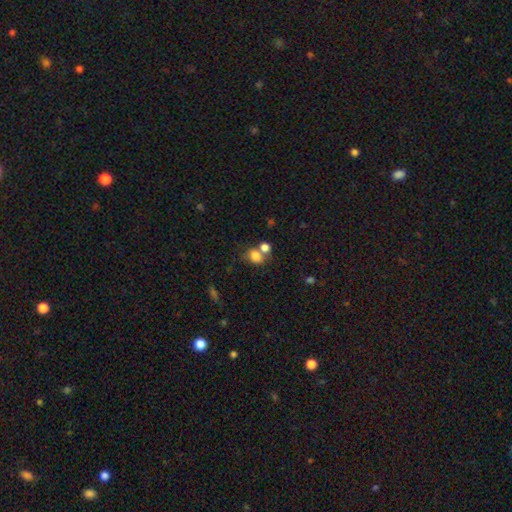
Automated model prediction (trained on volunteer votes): Smooth or featured: smooth — 80% (star or artifact — 11%)
How rounded: in between — 55% (round — 44%)
Merging: none — 43% (merger — 41%)